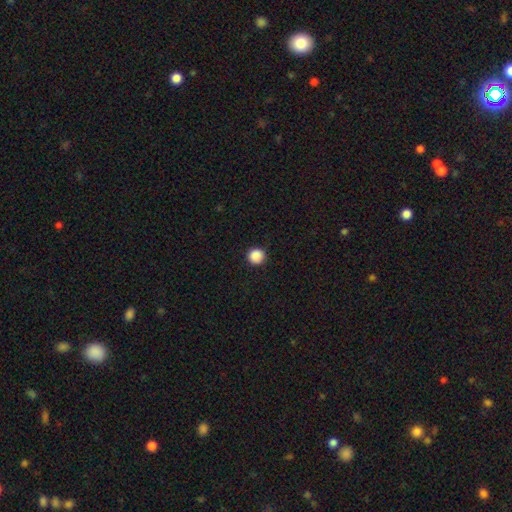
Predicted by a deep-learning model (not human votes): Smooth or featured: smooth — 89% (star or artifact — 9%)
How rounded: round — 96% (in between — 3%)
Merging: none — 92% (minor disturbance — 5%)